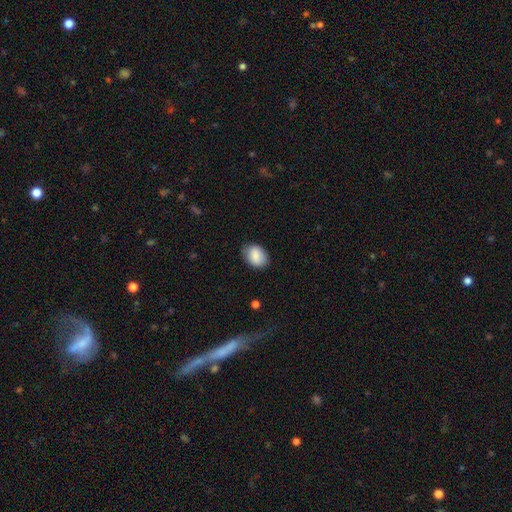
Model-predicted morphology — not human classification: Smooth or featured? smooth (85%)
How rounded? in between (75%)
Merging? none (78%)